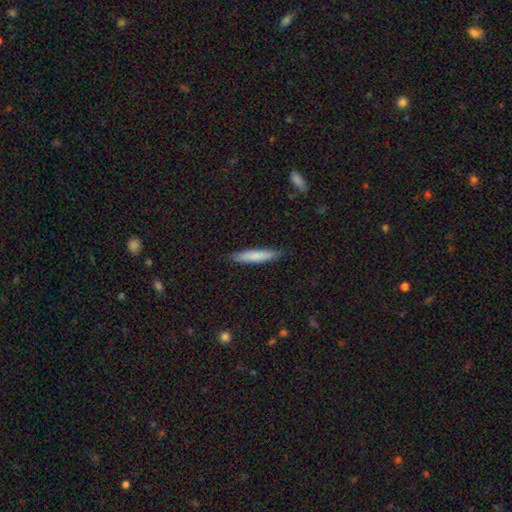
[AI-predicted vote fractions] Overall: smooth (75%). How rounded: cigar-shaped (88%). Merging: none (86%).